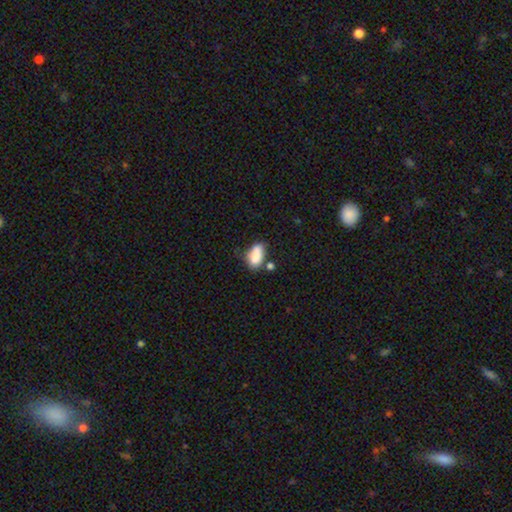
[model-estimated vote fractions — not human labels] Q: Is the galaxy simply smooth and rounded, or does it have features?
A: smooth — 84%.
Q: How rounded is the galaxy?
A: in between — 89%.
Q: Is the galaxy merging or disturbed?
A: none — 48%.